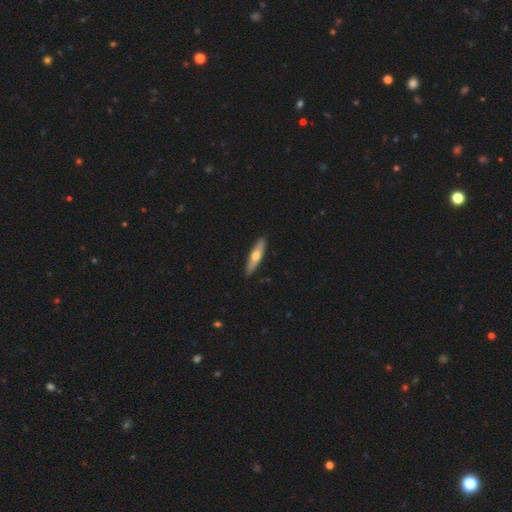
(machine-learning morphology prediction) smooth_or_featured: smooth (p=0.53) [alt: featured or disk p=0.42]
how_rounded: cigar-shaped (p=0.76) [alt: in between p=0.22]
merging: none (p=0.90) [alt: minor disturbance p=0.08]